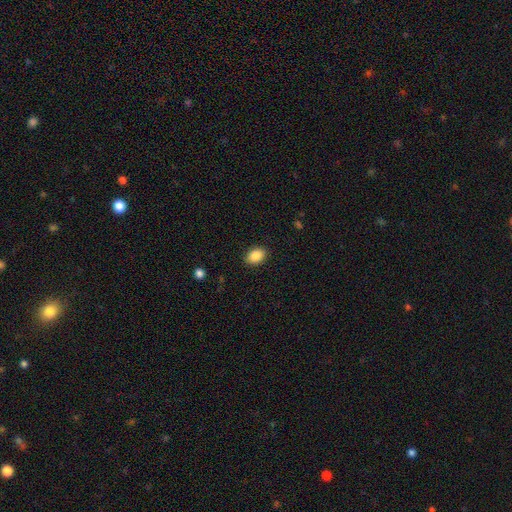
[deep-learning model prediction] A smooth galaxy with no disk features (88%) that is in between round and cigar-shaped (76%). Merging: none (88%).